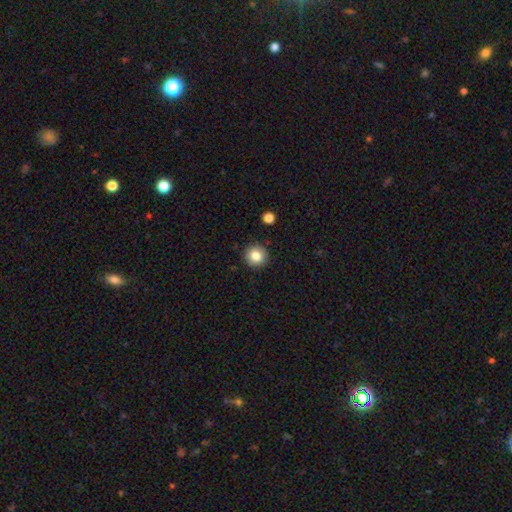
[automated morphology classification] type=smooth (82%); roundness=round (94%); merging=none (91%).